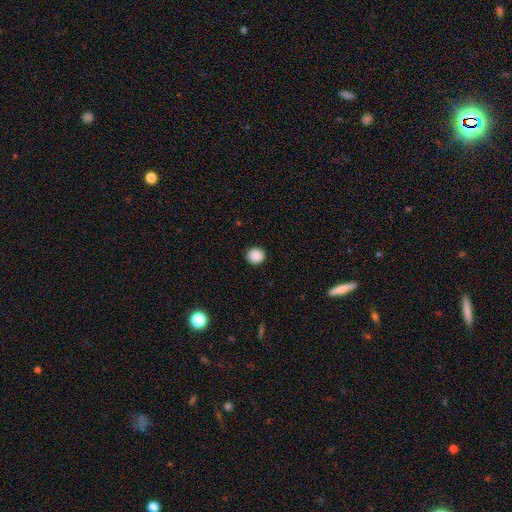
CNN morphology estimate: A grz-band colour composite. It shows a smooth galaxy with no disk features (89%) that is round (92%). Merging: none (93%).